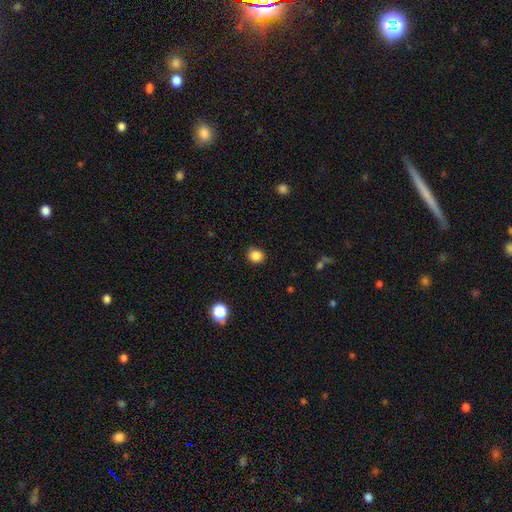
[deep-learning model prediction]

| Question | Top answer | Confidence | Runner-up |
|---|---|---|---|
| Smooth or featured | smooth | 85% | star or artifact (11%) |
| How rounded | round | 83% | in between (17%) |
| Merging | none | 86% | minor disturbance (10%) |